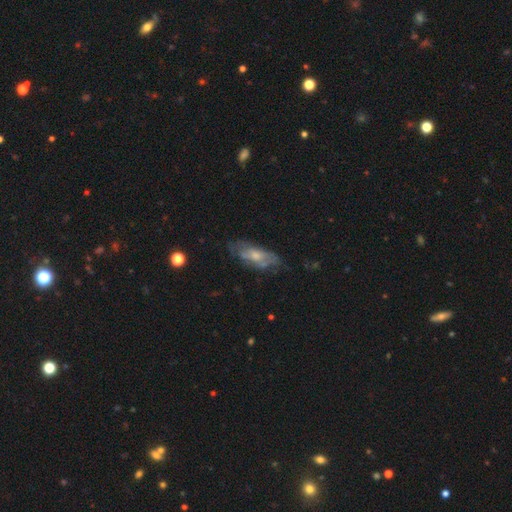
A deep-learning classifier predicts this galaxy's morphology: Smooth or featured? Predicted: featured or disk (p=0.52). Edge-on disk? Predicted: no (p=0.81). Merging? Predicted: none (p=0.56).